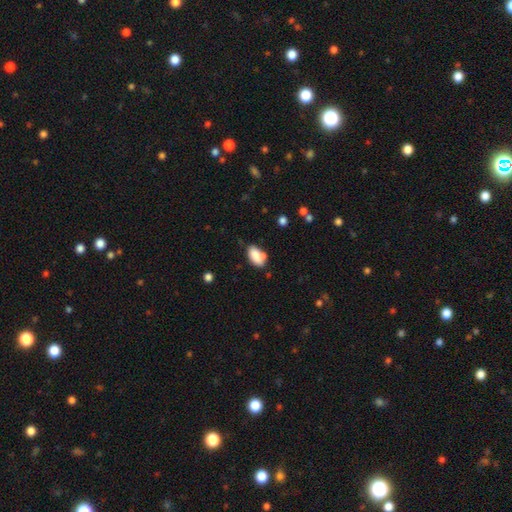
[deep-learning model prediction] This is clearly a smooth galaxy (82%). How rounded: clearly in between (92%). Merging: possibly none (56%).